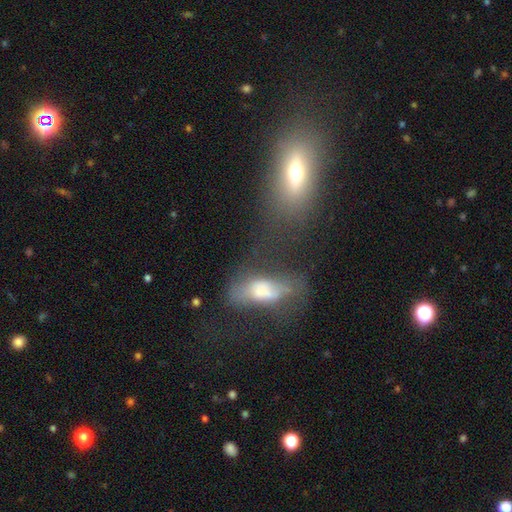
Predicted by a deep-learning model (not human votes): A featured or disk galaxy (48%).

Vote fractions:
- Smooth or featured? featured or disk: 48% / smooth: 37% / star or artifact: 16%
- Merging? none: 44% / merger: 31% / minor disturbance: 15% / major disturbance: 10%